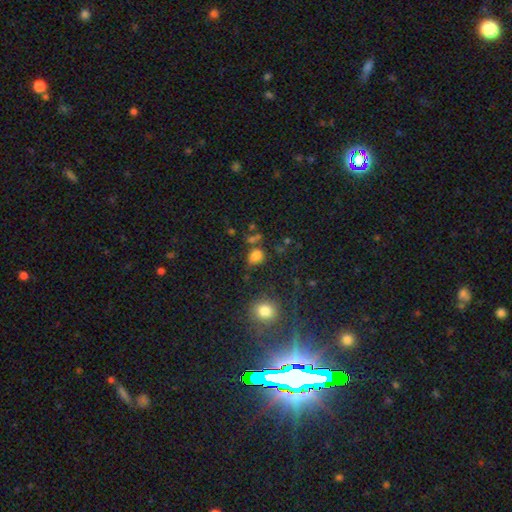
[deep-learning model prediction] Smooth or featured? Predicted: smooth (p=0.77). How rounded? Predicted: in between (p=0.57). Merging? Predicted: none (p=0.57).